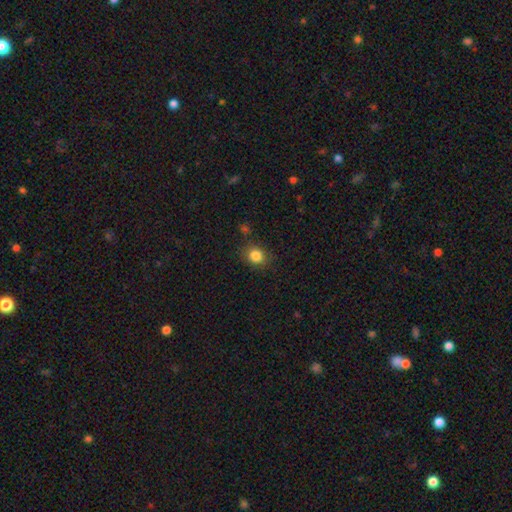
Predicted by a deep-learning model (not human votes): Smooth or featured?
  - smooth: 84% *
  - star or artifact: 11%
  - featured or disk: 5%
How rounded?
  - round: 67% *
  - in between: 32%
  - cigar-shaped: 1%
Merging?
  - none: 81% *
  - minor disturbance: 12%
  - major disturbance: 4%
  - merger: 3%